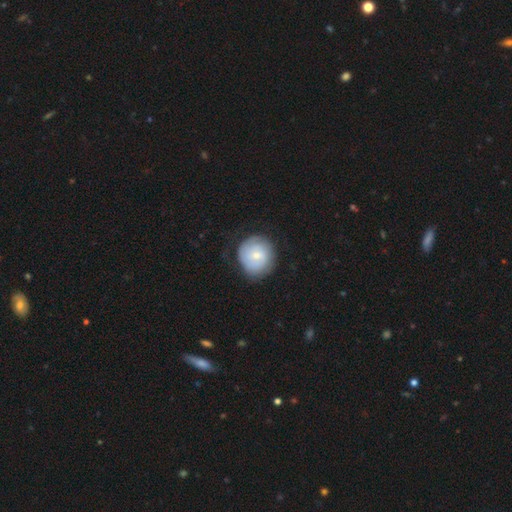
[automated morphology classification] smooth_or_featured: smooth (p=0.49) [alt: featured or disk p=0.44]
merging: none (p=0.73) [alt: minor disturbance p=0.19]